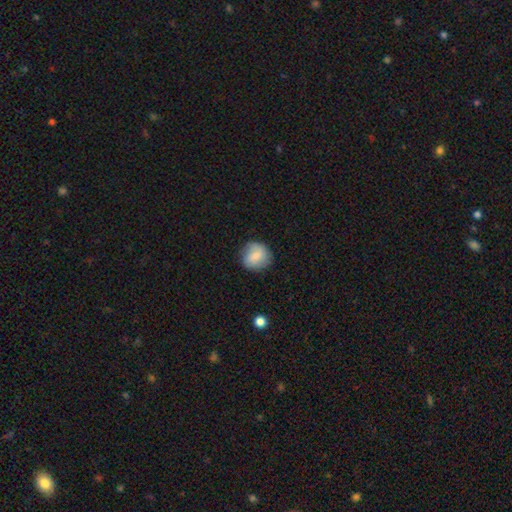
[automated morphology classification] Overall: smooth (70%). How rounded: round (85%). Merging: none (76%).